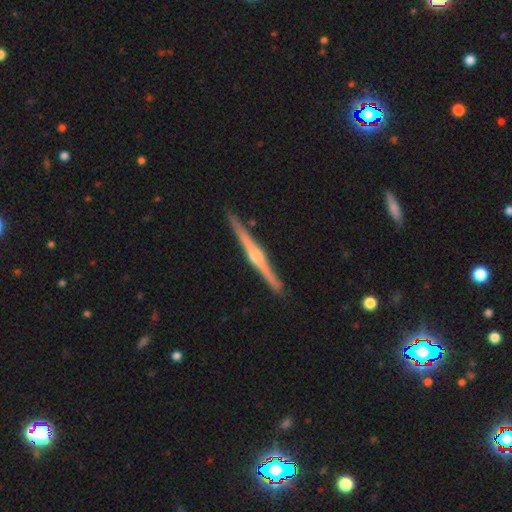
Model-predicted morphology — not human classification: A featured or disk galaxy (85%) viewed edge-on (99%) with a rounded central bulge (88%).

Vote fractions:
- Smooth or featured? featured or disk: 85% / smooth: 11% / star or artifact: 5%
- Edge-on disk? yes: 99% / no: 1%
- Edge-on bulge? rounded: 88% / none: 6% / boxy: 6%
- Merging? none: 92% / minor disturbance: 5% / major disturbance: 1% / merger: 1%